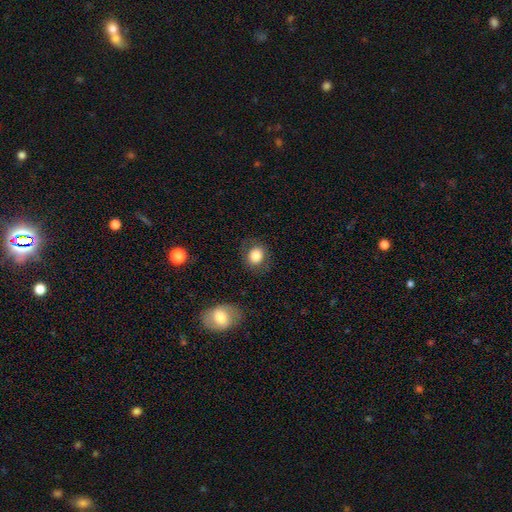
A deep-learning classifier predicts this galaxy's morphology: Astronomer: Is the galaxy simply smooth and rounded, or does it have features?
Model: smooth — 81%.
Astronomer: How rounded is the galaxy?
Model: round — 68%.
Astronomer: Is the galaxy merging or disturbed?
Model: none — 82%.